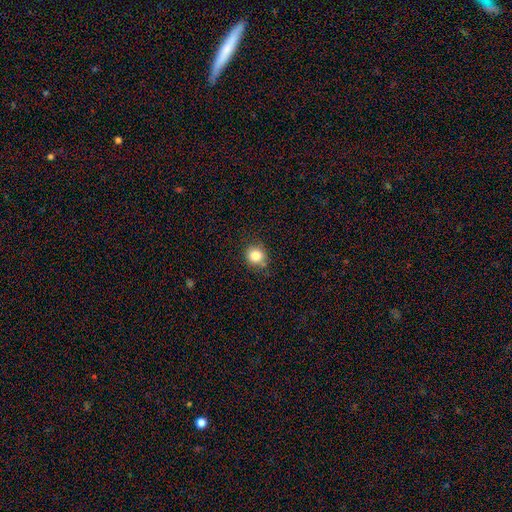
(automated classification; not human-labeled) Smooth or featured: smooth — 83% (star or artifact — 11%)
How rounded: round — 85% (in between — 14%)
Merging: none — 79% (minor disturbance — 15%)